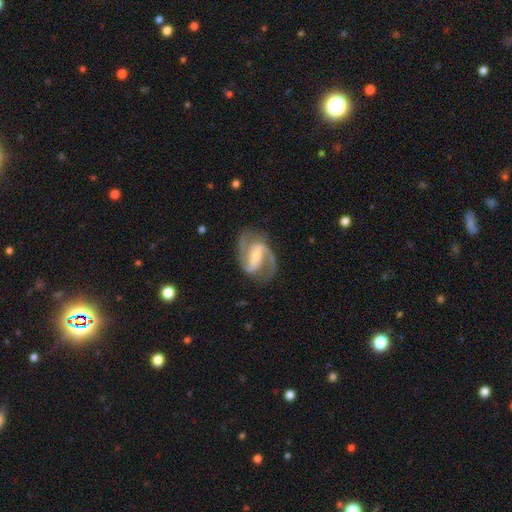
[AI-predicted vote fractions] A featured or disk galaxy (89%) with a strong bar (53%), 2 (89%) medium (58%) spiral arms (97%) and a small central bulge (45%). Merging: none (76%).